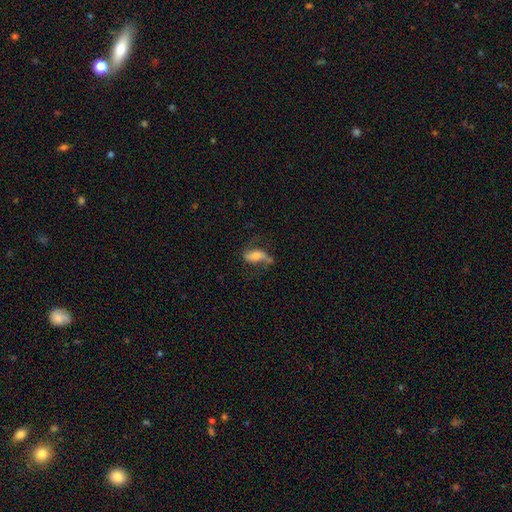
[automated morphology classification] This appears to be a featured or disk galaxy (51%). Merging: none (42%).